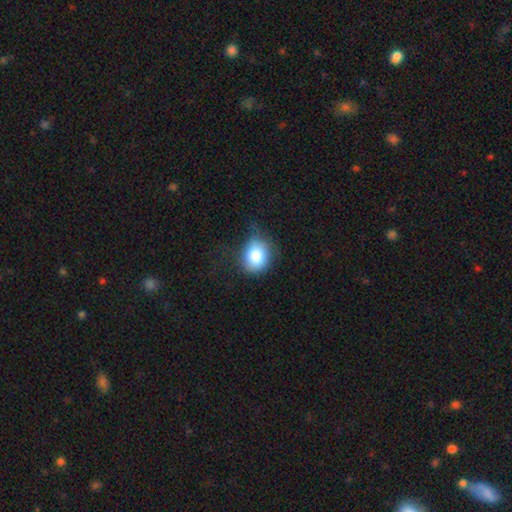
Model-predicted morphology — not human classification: type=smooth (81%); roundness=round (61%); merging=none (52%).